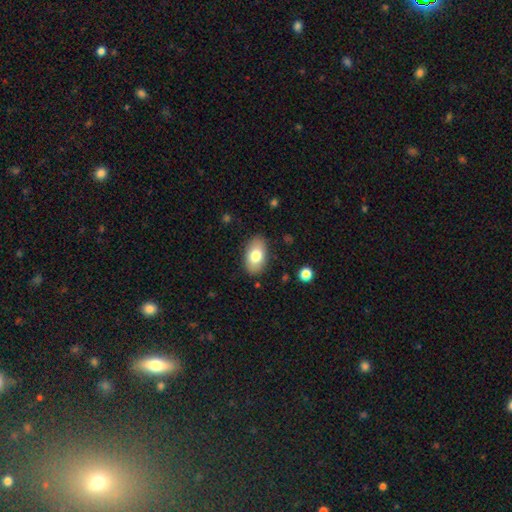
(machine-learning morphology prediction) smooth 77%, featured or disk 16%, star or artifact 7%. Down the decision tree: how rounded — in between (92%); merging — none (86%).